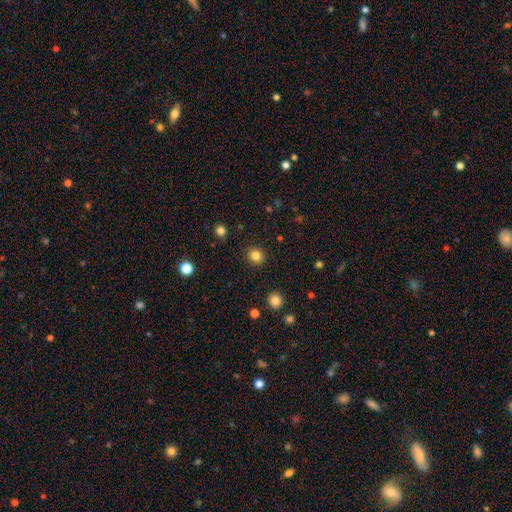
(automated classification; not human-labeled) Morphology: type=smooth (83%); roundness=round (86%); merging=none (91%).